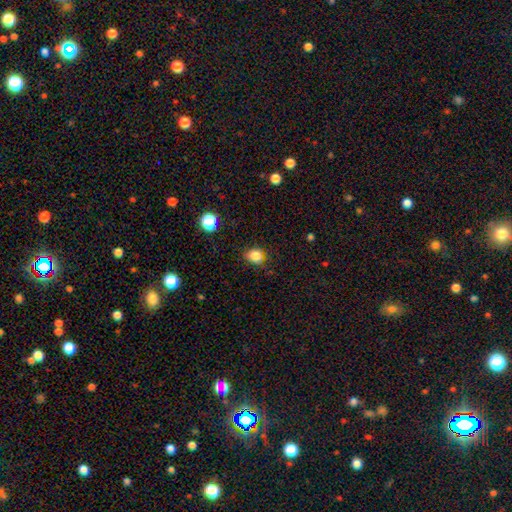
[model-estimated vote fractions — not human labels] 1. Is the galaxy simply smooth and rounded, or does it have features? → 84% smooth, 12% star or artifact, 5% featured or disk.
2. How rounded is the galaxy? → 62% round, 37% in between, 1% cigar-shaped.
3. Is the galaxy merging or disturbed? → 80% none, 15% minor disturbance, 3% major disturbance, 2% merger.